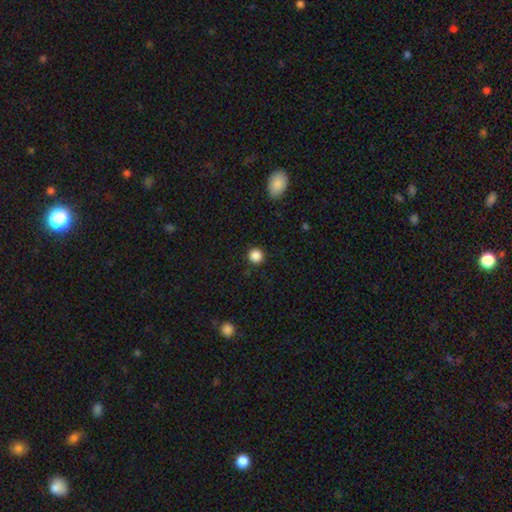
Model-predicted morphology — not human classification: A smooth galaxy with no disk features (87%) that is round (95%).

Vote fractions:
- Smooth or featured? smooth: 87% / star or artifact: 11% / featured or disk: 3%
- How rounded? round: 95% / in between: 4% / cigar-shaped: 1%
- Merging? none: 92% / minor disturbance: 5% / major disturbance: 2% / merger: 1%